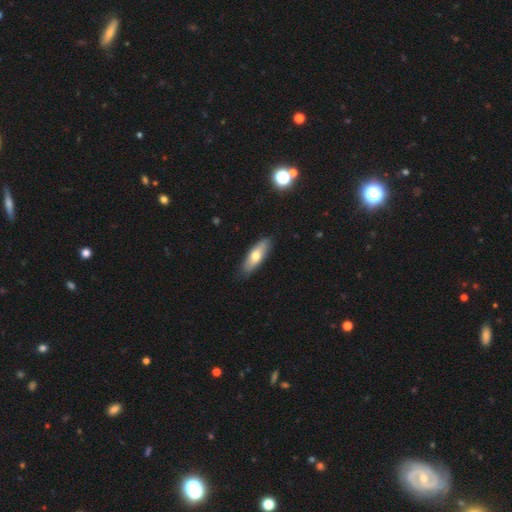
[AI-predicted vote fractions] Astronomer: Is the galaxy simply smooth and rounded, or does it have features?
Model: smooth — 64%.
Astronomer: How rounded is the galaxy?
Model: in between — 54% (runner-up: cigar-shaped, 43%).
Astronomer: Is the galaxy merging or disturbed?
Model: none — 84%.